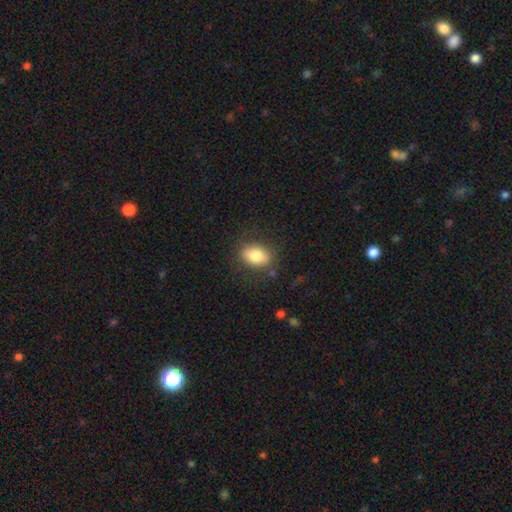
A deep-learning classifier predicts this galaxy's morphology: Smooth or featured? Predicted: smooth (p=0.79). How rounded? Predicted: in between (p=0.75). Merging? Predicted: none (p=0.81).